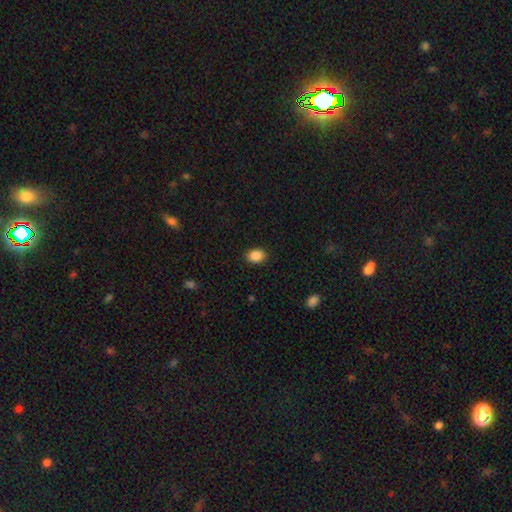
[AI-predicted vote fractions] Smooth or featured? smooth (88%)
How rounded? in between (65%)
Merging? none (89%)